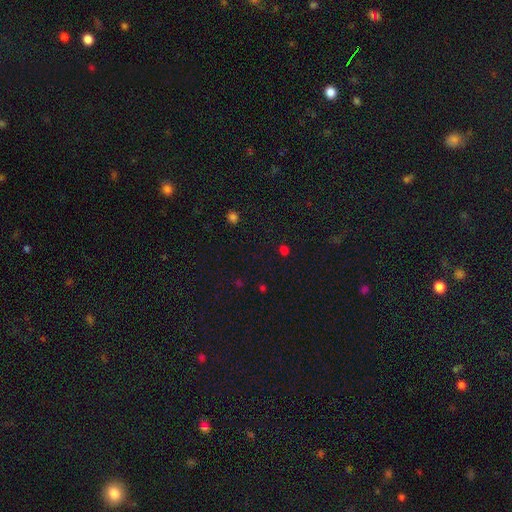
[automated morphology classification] type=star or artifact (48%).